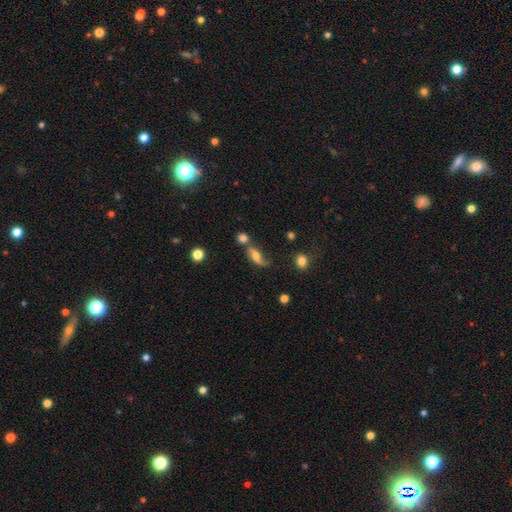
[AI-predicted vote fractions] Smooth or featured: featured or disk — 58% (smooth — 32%)
Edge-on disk: no — 83% (yes — 17%)
Merging: none — 44% (merger — 27%)